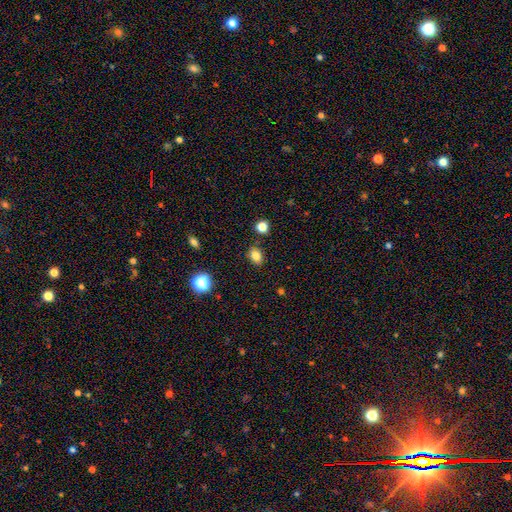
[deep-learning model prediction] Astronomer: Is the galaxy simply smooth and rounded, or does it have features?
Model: smooth — 82%.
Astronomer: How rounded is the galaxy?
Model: in between — 61% (runner-up: round, 38%).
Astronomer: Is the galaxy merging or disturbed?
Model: none — 85%.